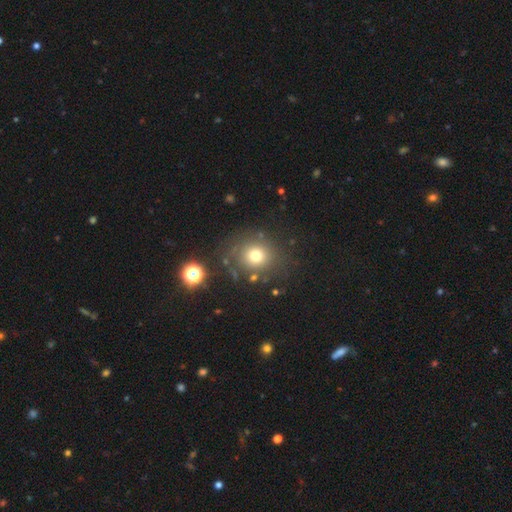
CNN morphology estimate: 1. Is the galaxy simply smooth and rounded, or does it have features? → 71% smooth, 17% star or artifact, 12% featured or disk.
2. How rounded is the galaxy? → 86% round, 13% in between, 1% cigar-shaped.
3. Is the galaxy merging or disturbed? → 79% none, 11% minor disturbance, 6% major disturbance, 4% merger.